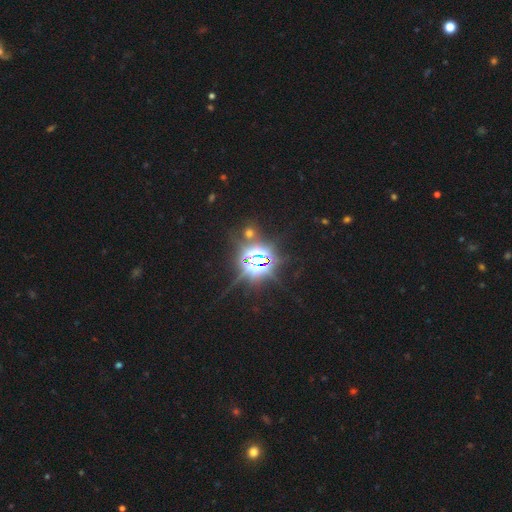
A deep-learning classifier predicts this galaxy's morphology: type=star or artifact (85%).